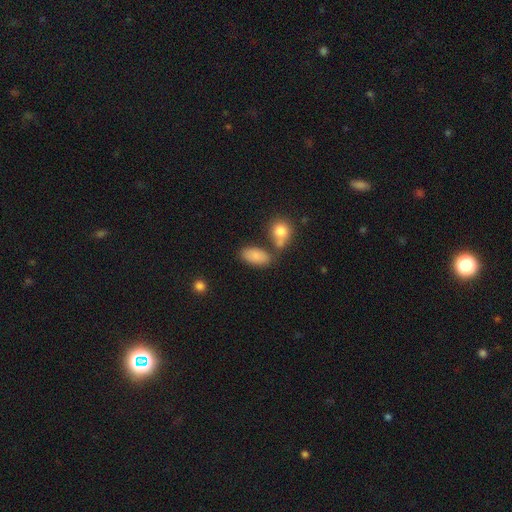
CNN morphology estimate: smooth-or-featured: smooth: 84% | star or artifact: 8% | featured or disk: 8%
  how-rounded: in between: 91% | round: 6% | cigar-shaped: 3%
  merging: none: 62% | merger: 18% | minor disturbance: 15% | major disturbance: 5%